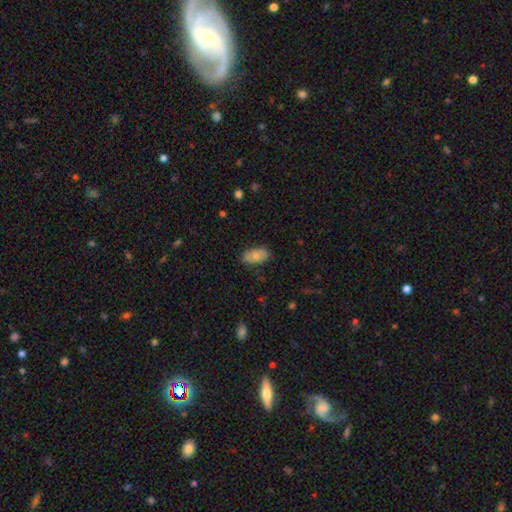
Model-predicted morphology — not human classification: type=smooth (78%); roundness=in between (93%); merging=none (82%).